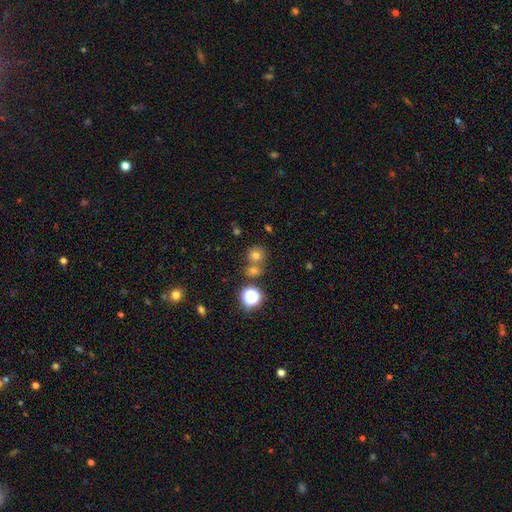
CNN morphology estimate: This is likely a smooth galaxy (70%). How rounded: clearly round (87%). Merging: possibly none (60%).